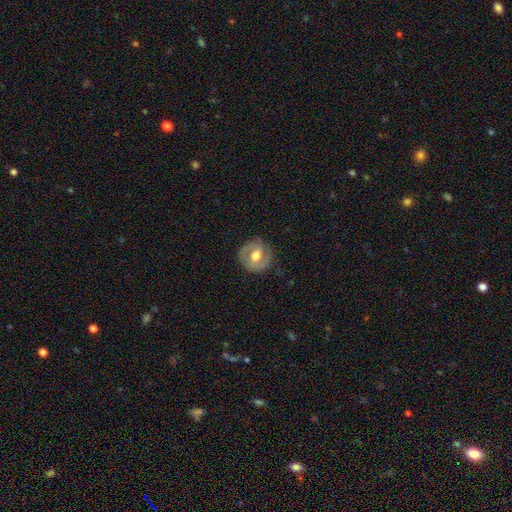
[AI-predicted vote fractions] This is likely a featured or disk galaxy (68%). It is clearly not viewed edge-on (97%). Bar: possibly no (50%). Spiral arm pattern: clearly yes (81%). Spiral arm count: likely 2 (75%). Spiral winding: possibly tight (51%). Central bulge: likely moderate (74%). Merging: clearly none (82%).